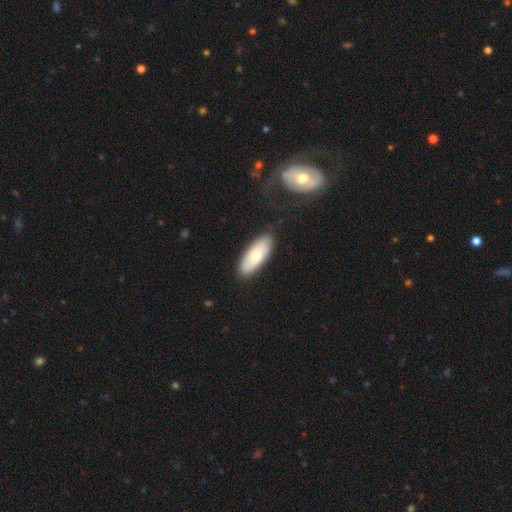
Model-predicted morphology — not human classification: A smooth galaxy with no disk features (72%) that is in between round and cigar-shaped (77%).

Vote fractions:
- Smooth or featured? smooth: 72% / featured or disk: 22% / star or artifact: 6%
- How rounded? in between: 77% / cigar-shaped: 21% / round: 2%
- Merging? none: 84% / minor disturbance: 12% / major disturbance: 2% / merger: 2%